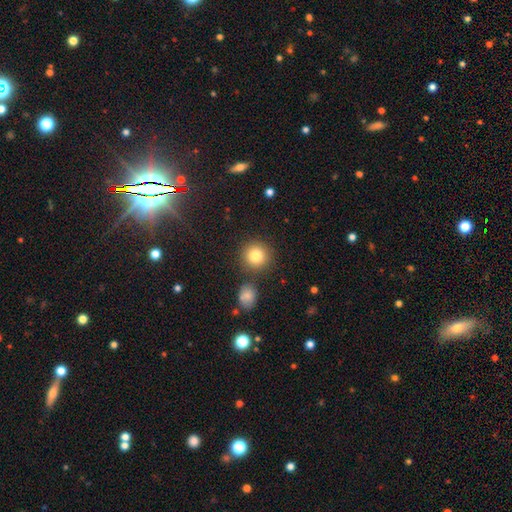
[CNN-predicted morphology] Q: Smooth or featured?
A: smooth (83%); runner-up: star or artifact (10%)
Q: How rounded?
A: round (93%); runner-up: in between (6%)
Q: Merging?
A: none (83%); runner-up: minor disturbance (7%)